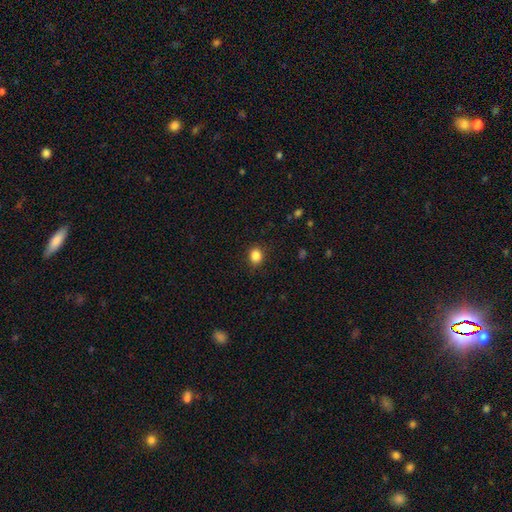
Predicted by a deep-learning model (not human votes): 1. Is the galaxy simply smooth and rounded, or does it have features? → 85% smooth, 11% star or artifact, 4% featured or disk.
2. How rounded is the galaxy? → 59% round, 40% in between, 1% cigar-shaped.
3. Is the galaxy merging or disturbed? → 87% none, 9% minor disturbance, 2% major disturbance, 1% merger.